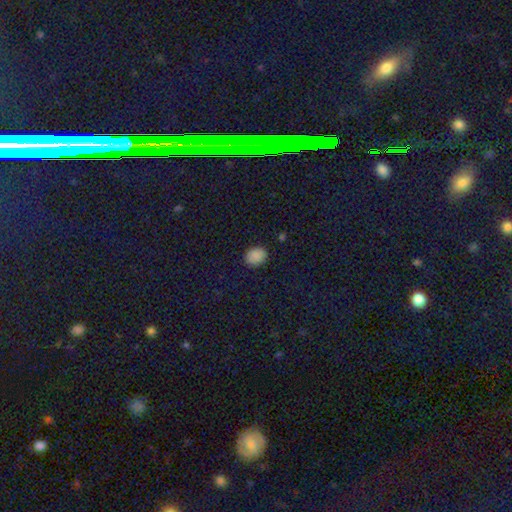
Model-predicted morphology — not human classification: Smooth or featured: smooth — 86% (star or artifact — 11%)
How rounded: in between — 55% (round — 44%)
Merging: none — 88% (minor disturbance — 9%)